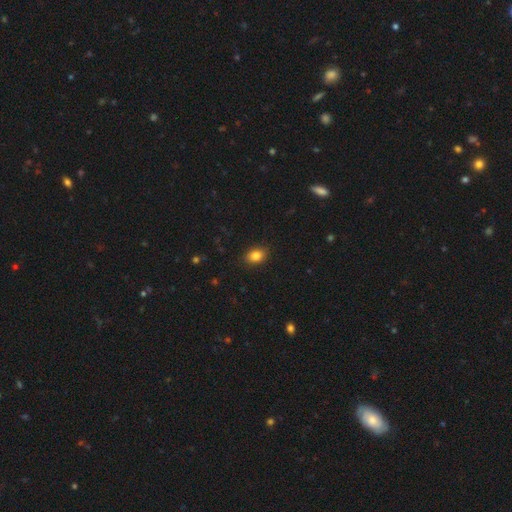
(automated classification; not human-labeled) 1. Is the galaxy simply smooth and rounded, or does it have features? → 84% smooth, 9% star or artifact, 6% featured or disk.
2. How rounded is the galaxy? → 73% in between, 26% round, 1% cigar-shaped.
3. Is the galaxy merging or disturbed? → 88% none, 9% minor disturbance, 2% major disturbance, 1% merger.